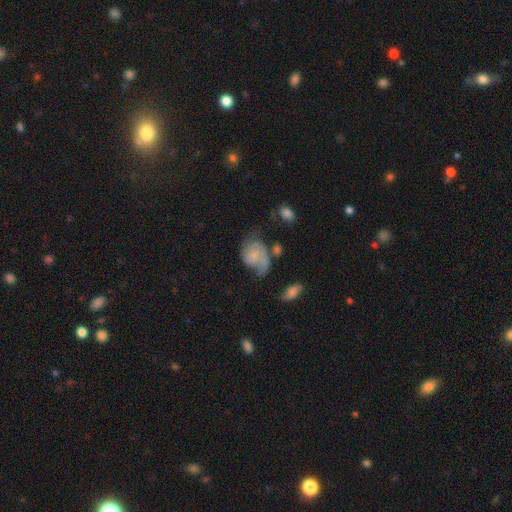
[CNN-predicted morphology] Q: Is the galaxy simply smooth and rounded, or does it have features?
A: featured or disk — 63%.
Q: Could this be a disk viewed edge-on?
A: no — 97%.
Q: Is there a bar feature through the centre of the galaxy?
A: no — 60%.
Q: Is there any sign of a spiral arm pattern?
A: yes — 86%.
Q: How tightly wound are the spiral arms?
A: medium — 42%.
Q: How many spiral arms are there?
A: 2 — 58%.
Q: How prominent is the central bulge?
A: small — 55%.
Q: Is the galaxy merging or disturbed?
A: none — 36%.